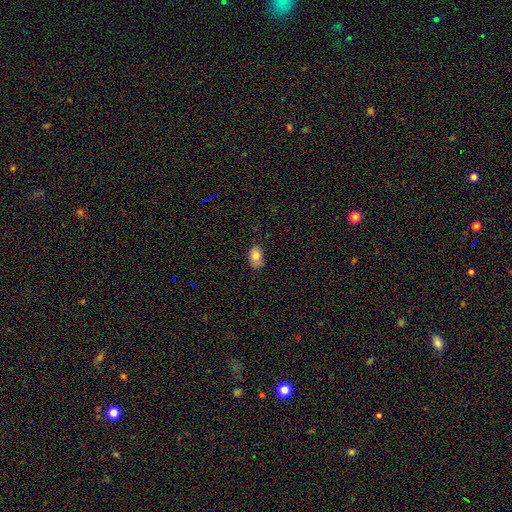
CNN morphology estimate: Q: Smooth or featured?
A: smooth (82%); runner-up: featured or disk (10%)
Q: How rounded?
A: in between (86%); runner-up: round (13%)
Q: Merging?
A: none (73%); runner-up: minor disturbance (22%)